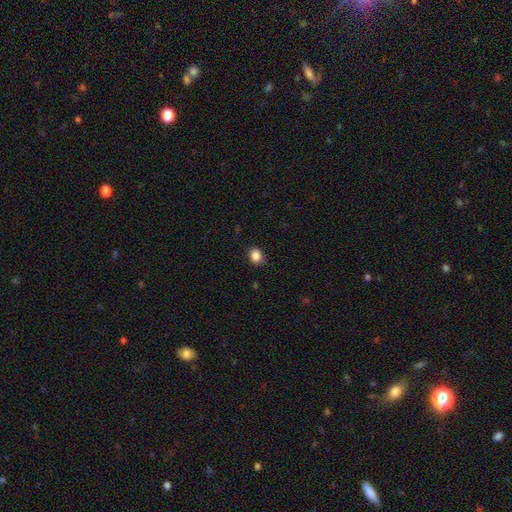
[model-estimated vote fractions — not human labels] smooth-or-featured: smooth: 86% | star or artifact: 10% | featured or disk: 4%
  how-rounded: in between: 50% | round: 49% | cigar-shaped: 1%
  merging: none: 85% | minor disturbance: 11% | major disturbance: 2% | merger: 1%